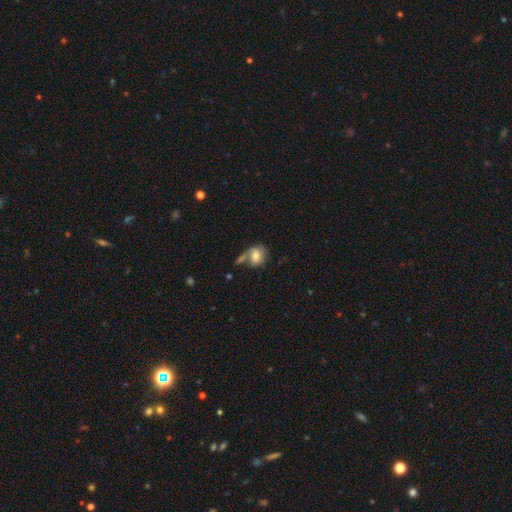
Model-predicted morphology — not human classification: smooth-or-featured: smooth: 66% | featured or disk: 25% | star or artifact: 9%
  how-rounded: in between: 62% | round: 36% | cigar-shaped: 2%
  merging: none: 38% | merger: 30% | minor disturbance: 18% | major disturbance: 14%